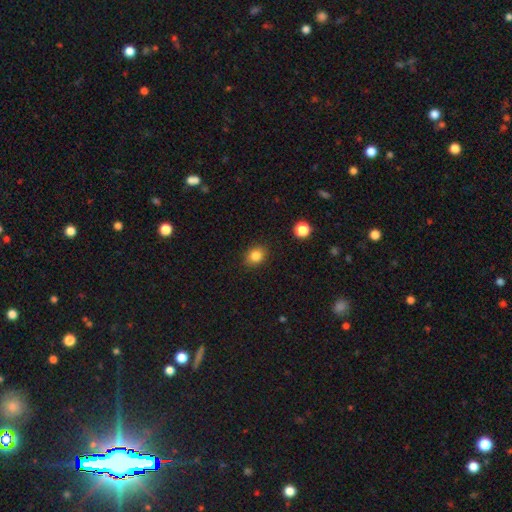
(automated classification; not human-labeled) The model was most divided on "how rounded": round: 58%, in between: 41%, cigar-shaped: 1%. More confident: merging — none (87%); smooth or featured — smooth (84%).